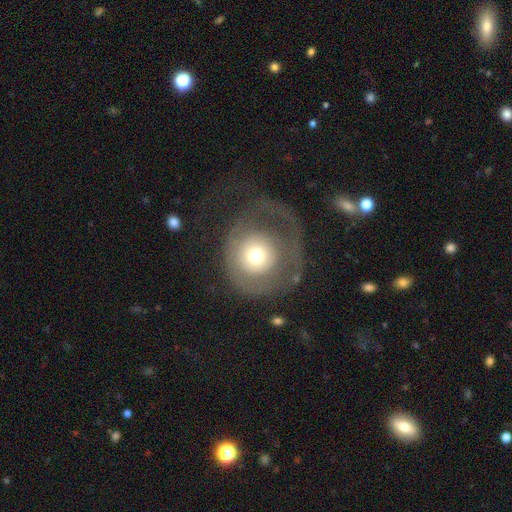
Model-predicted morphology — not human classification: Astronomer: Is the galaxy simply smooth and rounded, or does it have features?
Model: smooth — 48% (runner-up: featured or disk, 44%).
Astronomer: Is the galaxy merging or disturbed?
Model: major disturbance — 42% (runner-up: none, 41%).